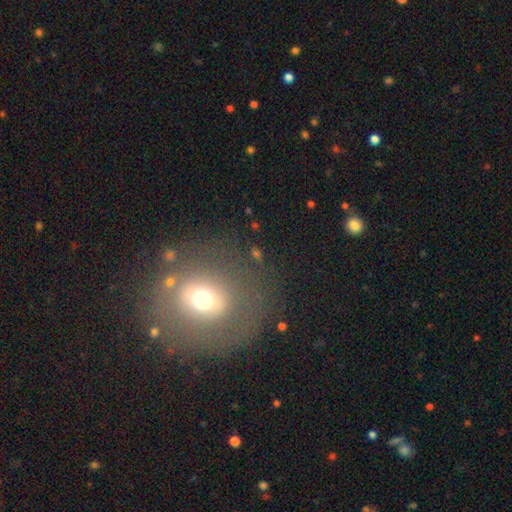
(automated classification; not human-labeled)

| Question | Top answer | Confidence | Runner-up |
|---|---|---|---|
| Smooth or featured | smooth | 52% | featured or disk (29%) |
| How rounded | round | 77% | in between (22%) |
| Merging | none | 72% | minor disturbance (14%) |